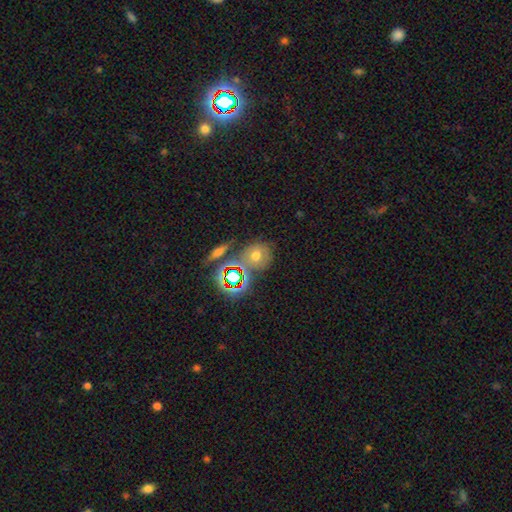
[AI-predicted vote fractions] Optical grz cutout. It shows a smooth galaxy with no disk features (54%) that is round (70%). Merging: none (62%).